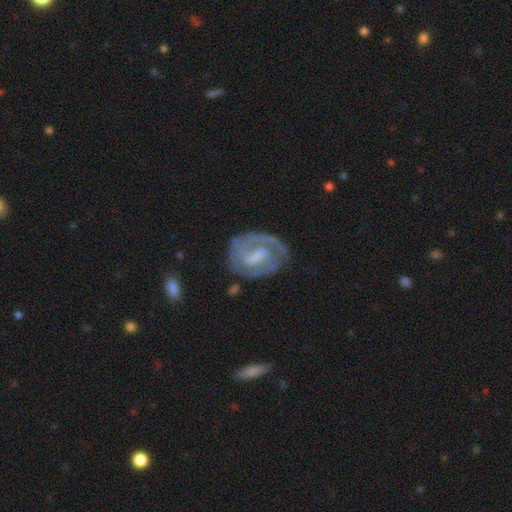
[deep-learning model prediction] This appears to be a featured or disk galaxy (81%) with a weak bar (50%), 2 (56%) tight (52%) spiral arms (89%) and no central bulge (33%). Merging: none (65%).